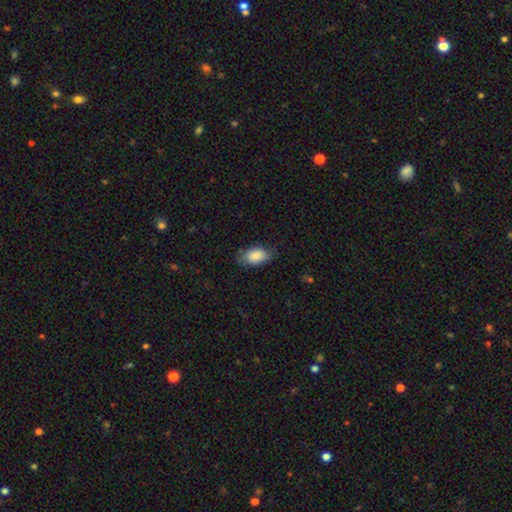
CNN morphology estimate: A smooth galaxy with no disk features (87%) that is in between round and cigar-shaped (92%).

Vote fractions:
- Smooth or featured? smooth: 87% / featured or disk: 7% / star or artifact: 6%
- How rounded? in between: 92% / round: 5% / cigar-shaped: 2%
- Merging? none: 71% / minor disturbance: 23% / major disturbance: 5% / merger: 1%